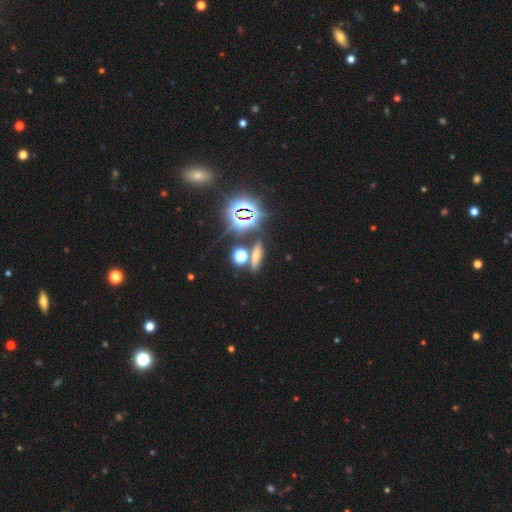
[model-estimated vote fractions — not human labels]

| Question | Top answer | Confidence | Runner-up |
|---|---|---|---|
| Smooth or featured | smooth | 45% | star or artifact (38%) |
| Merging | none | 76% | merger (10%) |